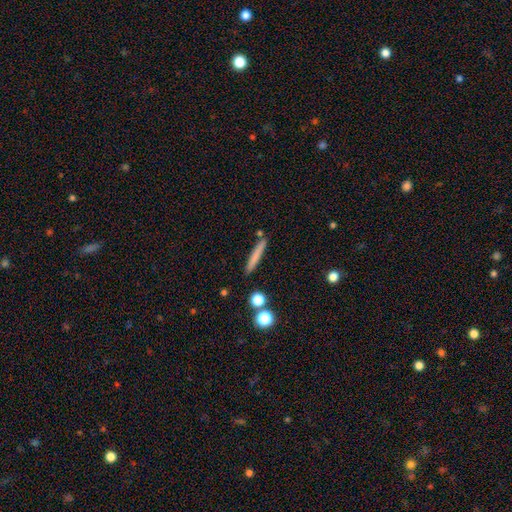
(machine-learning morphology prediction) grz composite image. It shows a smooth galaxy with no disk features (72%) that is cigar-shaped (94%). Merging: none (84%).